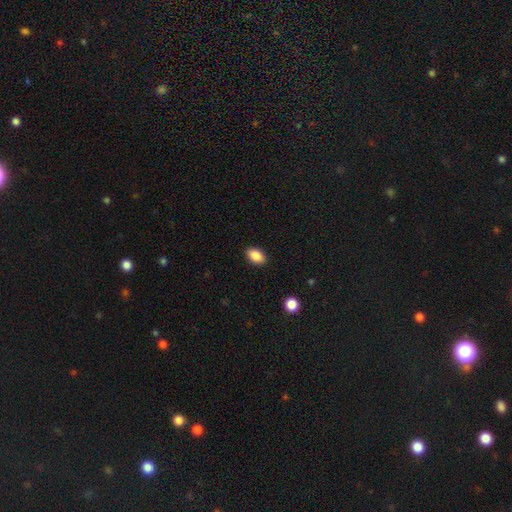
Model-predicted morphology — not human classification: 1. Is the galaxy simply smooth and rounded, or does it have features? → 88% smooth, 8% star or artifact, 4% featured or disk.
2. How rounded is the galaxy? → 91% in between, 7% round, 2% cigar-shaped.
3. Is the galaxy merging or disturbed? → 89% none, 8% minor disturbance, 2% major disturbance, 1% merger.